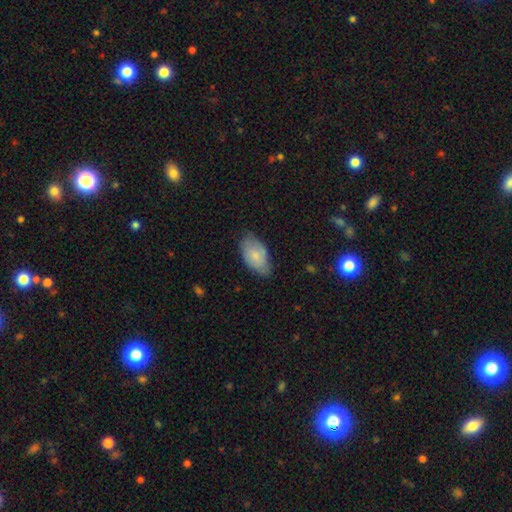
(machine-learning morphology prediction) A smooth galaxy with no disk features (71%) that is in between round and cigar-shaped (94%).

Vote fractions:
- Smooth or featured? smooth: 71% / featured or disk: 22% / star or artifact: 6%
- How rounded? in between: 94% / round: 4% / cigar-shaped: 2%
- Merging? none: 63% / minor disturbance: 31% / major disturbance: 5% / merger: 1%